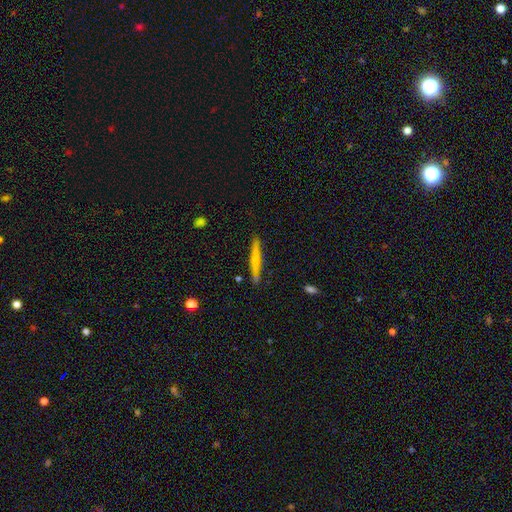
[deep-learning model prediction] Morphology: type=smooth (41%, tied with featured or disk); merging=none (85%).